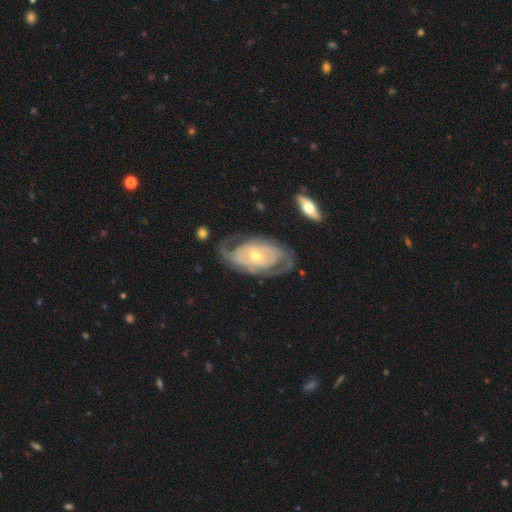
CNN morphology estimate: Q: Smooth or featured?
A: featured or disk (86%); runner-up: smooth (9%)
Q: Edge-on disk?
A: no (95%); runner-up: yes (5%)
Q: Bar?
A: no (61%); runner-up: weak (27%)
Q: Spiral arms?
A: yes (92%); runner-up: no (8%)
Q: Spiral winding?
A: tight (51%); runner-up: medium (35%)
Q: Spiral arm count?
A: 2 (68%); runner-up: can't tell (17%)
Q: Bulge size?
A: small (52%); runner-up: moderate (44%)
Q: Merging?
A: none (67%); runner-up: minor disturbance (18%)